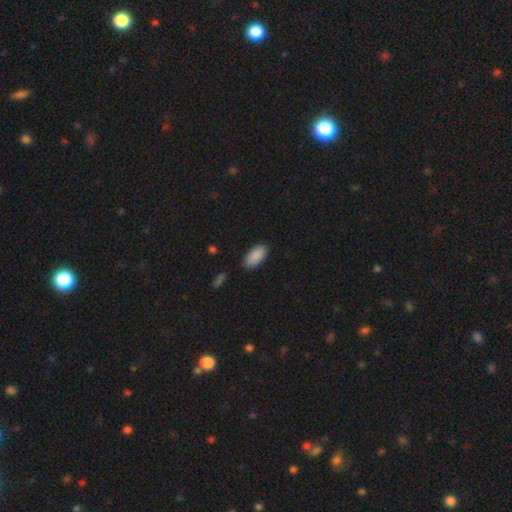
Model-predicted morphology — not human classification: A smooth galaxy with no disk features (90%) that is in between round and cigar-shaped (93%).

Vote fractions:
- Smooth or featured? smooth: 90% / star or artifact: 7% / featured or disk: 4%
- How rounded? in between: 93% / cigar-shaped: 5% / round: 2%
- Merging? none: 85% / minor disturbance: 12% / major disturbance: 2% / merger: 1%